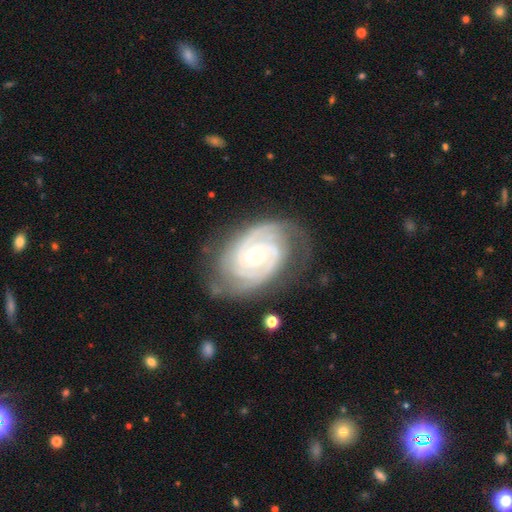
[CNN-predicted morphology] smooth-or-featured: featured or disk: 92% | star or artifact: 4% | smooth: 4%
  disk-edge-on: no: 97% | yes: 3%
    bar: no: 66% | weak: 26% | strong: 8%
    has-spiral-arms: yes: 98% | no: 2%
      spiral-winding: tight: 75% | medium: 22% | loose: 3%
      spiral-arm-count: 2: 55% | 3: 21% | can't tell: 11% | 4: 6% | more than 4: 4% | 1: 4%
    bulge-size: small: 57% | moderate: 39% | large: 2% | none: 1% | dominant: 1%
  merging: none: 74% | minor disturbance: 18% | major disturbance: 7% | merger: 1%